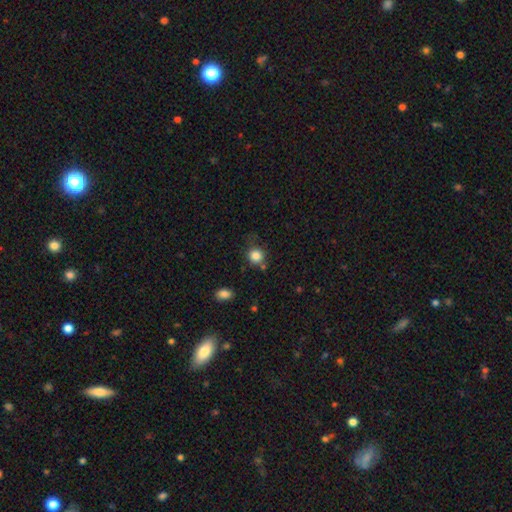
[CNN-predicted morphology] A smooth galaxy with no disk features (84%) that is round (87%).

Vote fractions:
- Smooth or featured? smooth: 84% / star or artifact: 11% / featured or disk: 5%
- How rounded? round: 87% / in between: 12% / cigar-shaped: 1%
- Merging? none: 70% / minor disturbance: 17% / merger: 8% / major disturbance: 6%